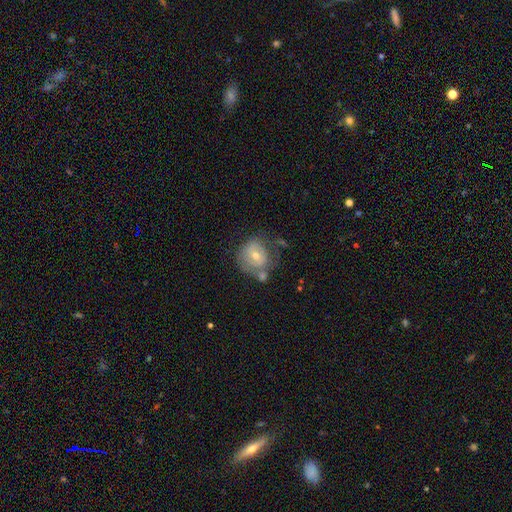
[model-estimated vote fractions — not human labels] A featured or disk galaxy (53%) with no bar (56%), spiral arms (51%) and a moderate central bulge (53%). Merging: none (51%).